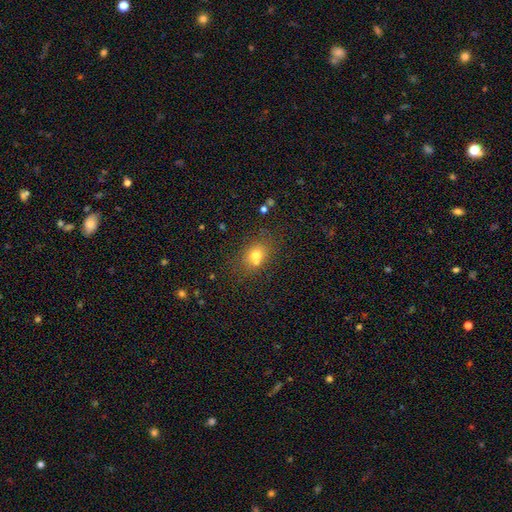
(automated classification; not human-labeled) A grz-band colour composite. It shows a smooth galaxy with no disk features (70%) that is round (56%). Merging: none (55%).